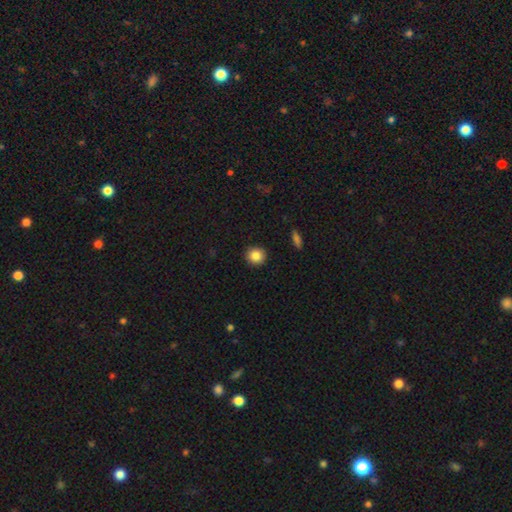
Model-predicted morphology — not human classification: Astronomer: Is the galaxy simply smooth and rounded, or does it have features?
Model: smooth — 85%.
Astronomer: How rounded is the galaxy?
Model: round — 90%.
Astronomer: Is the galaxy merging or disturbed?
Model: none — 92%.